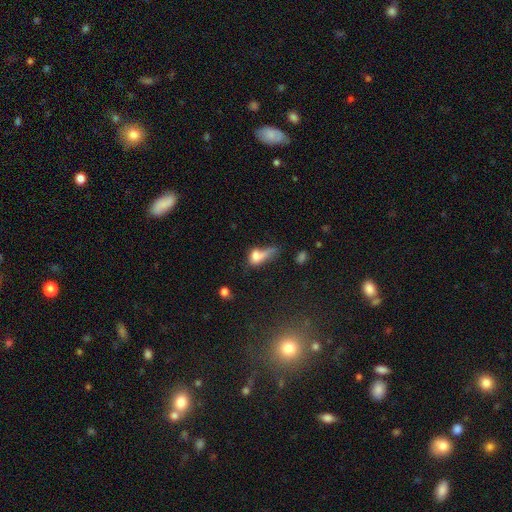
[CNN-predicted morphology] The model was most divided on "merging": major disturbance: 39%, merger: 22%, minor disturbance: 20%, none: 19%. More confident: how rounded — in between (67%); smooth or featured — smooth (65%).